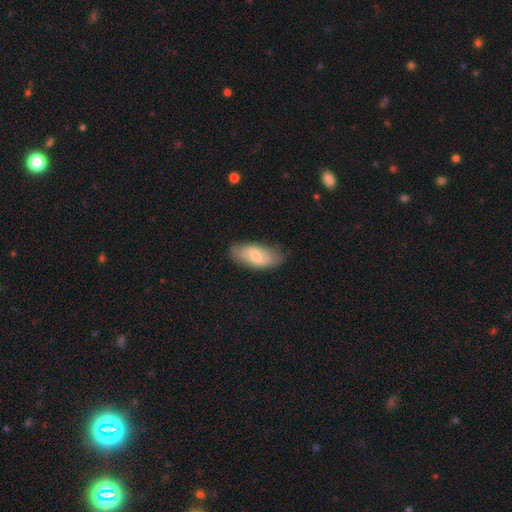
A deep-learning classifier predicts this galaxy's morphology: Q: Smooth or featured?
A: smooth (53%); runner-up: featured or disk (41%)
Q: How rounded?
A: in between (89%); runner-up: cigar-shaped (8%)
Q: Merging?
A: none (79%); runner-up: minor disturbance (16%)